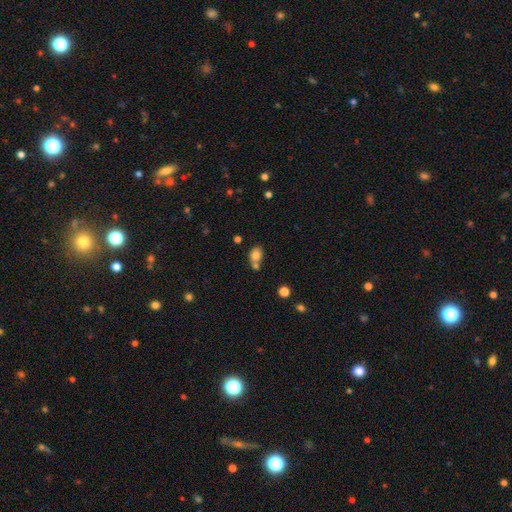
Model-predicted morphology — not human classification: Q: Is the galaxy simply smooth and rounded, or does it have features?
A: smooth — 80%.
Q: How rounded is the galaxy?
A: in between — 69%.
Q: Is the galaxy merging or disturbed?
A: none — 44%.